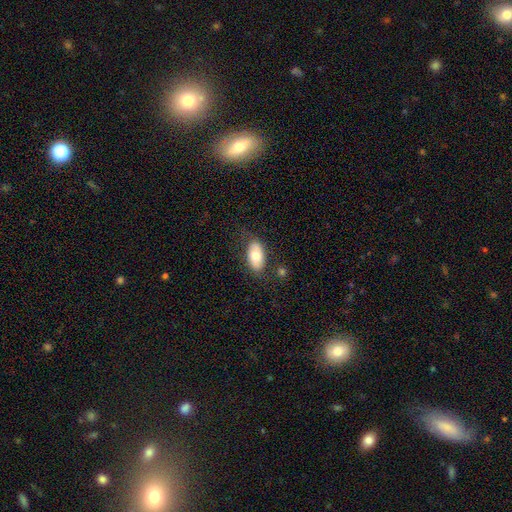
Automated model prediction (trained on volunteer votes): Smooth or featured: smooth — 70% (featured or disk — 24%)
How rounded: in between — 93% (round — 5%)
Merging: none — 75% (minor disturbance — 16%)